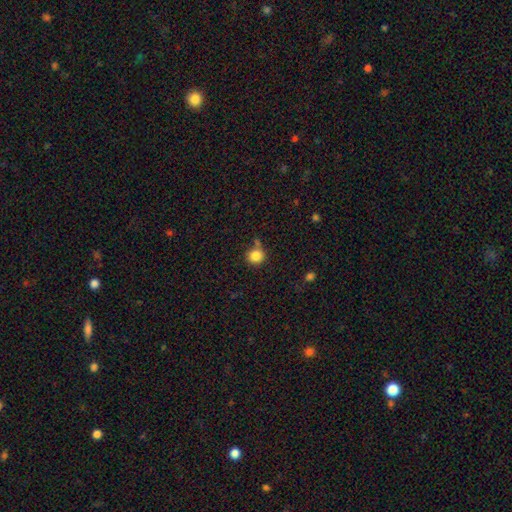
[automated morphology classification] A smooth galaxy with no disk features (84%) that is round (90%).

Vote fractions:
- Smooth or featured? smooth: 84% / star or artifact: 10% / featured or disk: 5%
- How rounded? round: 90% / in between: 9% / cigar-shaped: 1%
- Merging? none: 71% / minor disturbance: 13% / merger: 12% / major disturbance: 4%